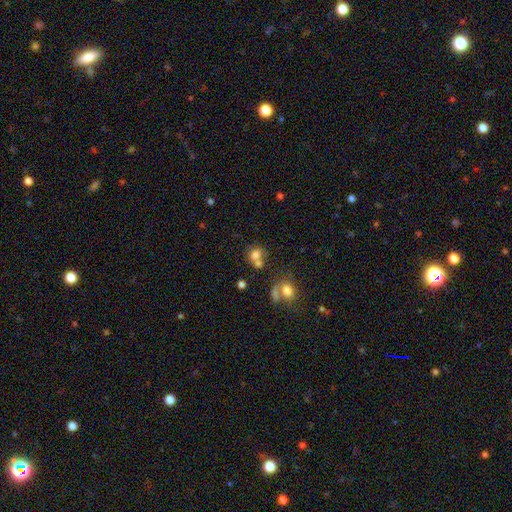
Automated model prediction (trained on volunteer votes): Morphology: type=smooth (73%); roundness=round (73%); merging=merger (44%).